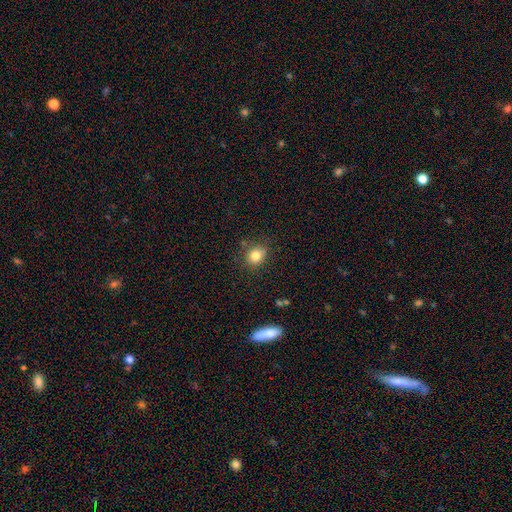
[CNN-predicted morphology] A smooth galaxy with no disk features (81%) that is round (67%). Merging: none (79%).